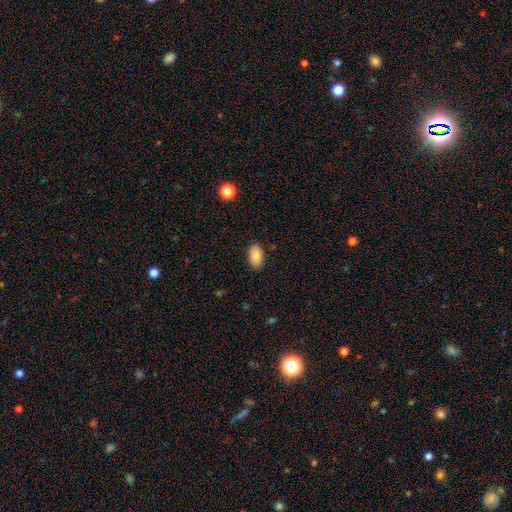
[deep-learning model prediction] smooth 85%, featured or disk 7%, star or artifact 7%. Down the decision tree: how rounded — in between (94%); merging — none (87%).